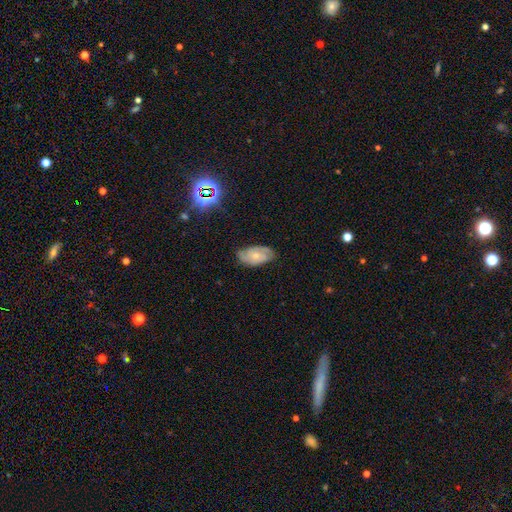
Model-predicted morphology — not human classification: Smooth or featured? Predicted: featured or disk (p=0.65). Edge-on disk? Predicted: no (p=0.95). Bar? Predicted: no (p=0.72). Spiral arms? Predicted: yes (p=0.89). Spiral winding? Predicted: tight (p=0.51). Spiral arm count? Predicted: 2 (p=0.54). Bulge size? Predicted: small (p=0.50). Merging? Predicted: none (p=0.73).